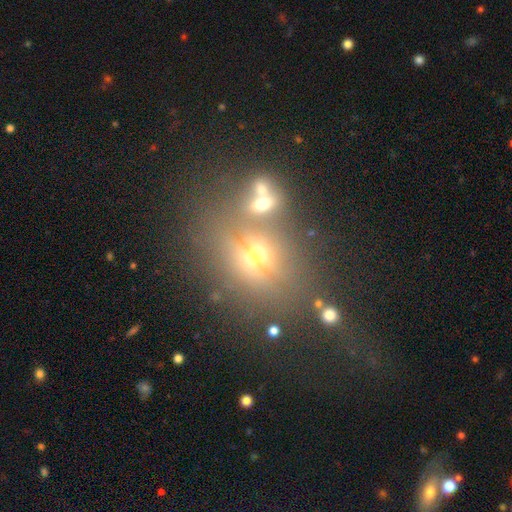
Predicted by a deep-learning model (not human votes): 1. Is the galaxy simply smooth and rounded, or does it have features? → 38% smooth, 36% featured or disk, 26% star or artifact.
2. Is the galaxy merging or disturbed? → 46% none, 26% merger, 14% minor disturbance, 14% major disturbance.